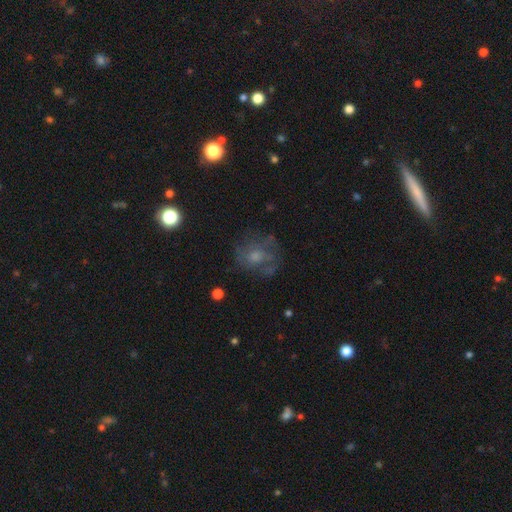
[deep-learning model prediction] This is marginally a featured or disk galaxy (43%, tied with smooth). Merging: possibly none (59%).